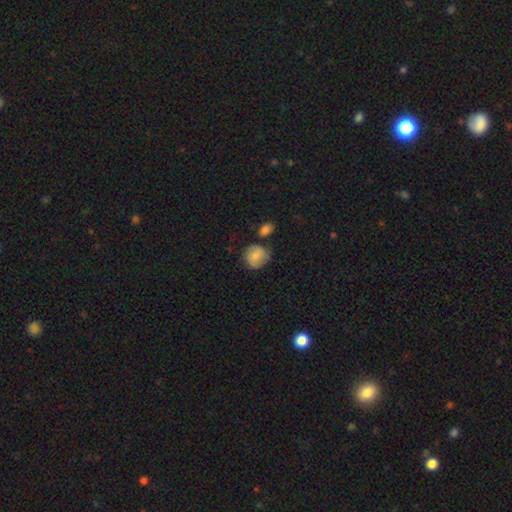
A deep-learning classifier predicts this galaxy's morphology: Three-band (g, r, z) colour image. It shows a smooth galaxy with no disk features (68%) that is round (81%). Merging: none (64%).